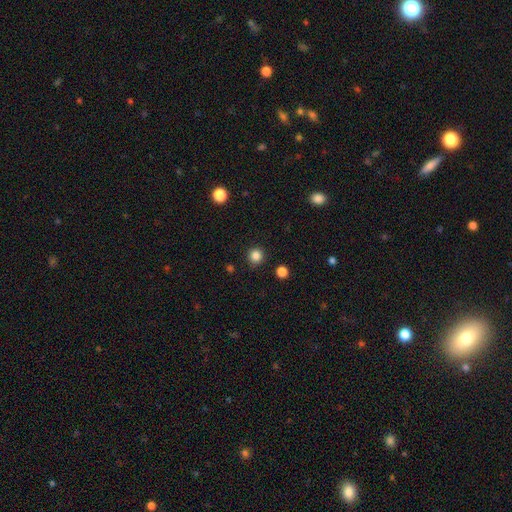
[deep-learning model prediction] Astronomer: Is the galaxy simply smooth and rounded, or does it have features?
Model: smooth — 84%.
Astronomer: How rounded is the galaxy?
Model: round — 94%.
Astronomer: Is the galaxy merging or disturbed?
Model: none — 91%.